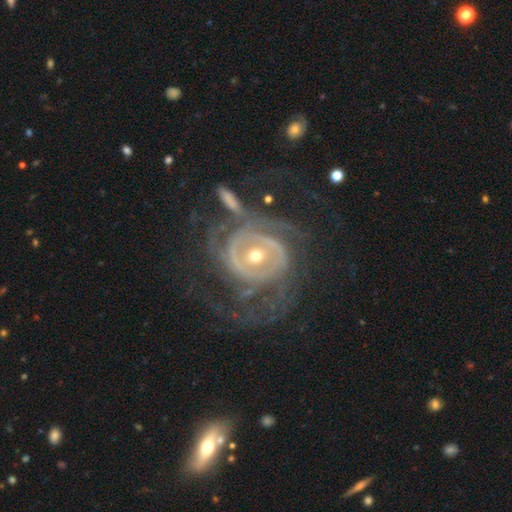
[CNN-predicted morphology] A featured or disk galaxy (89%) with no bar (52%), 2 (39%) tight (66%) spiral arms (93%) and a moderate central bulge (52%).

Vote fractions:
- Smooth or featured? featured or disk: 89% / smooth: 5% / star or artifact: 5%
- Edge-on disk? no: 97% / yes: 3%
- Bar? no: 52% / weak: 30% / strong: 19%
- Spiral arms? yes: 93% / no: 7%
- Spiral winding? tight: 66% / medium: 25% / loose: 9%
- Spiral arm count? 2: 39% / can't tell: 25% / 3: 17% / 4: 7% / 1: 7% / more than 4: 5%
- Bulge size? moderate: 52% / small: 44% / large: 3% / dominant: 1% / none: 1%
- Merging? none: 48% / major disturbance: 26% / minor disturbance: 17% / merger: 9%